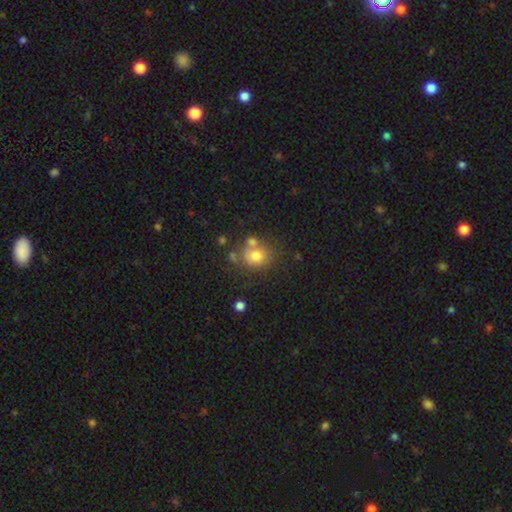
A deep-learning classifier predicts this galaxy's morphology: The model was most divided on "merging": none: 49%, merger: 26%, minor disturbance: 17%, major disturbance: 8%. More confident: smooth or featured — smooth (71%); how rounded — round (69%).